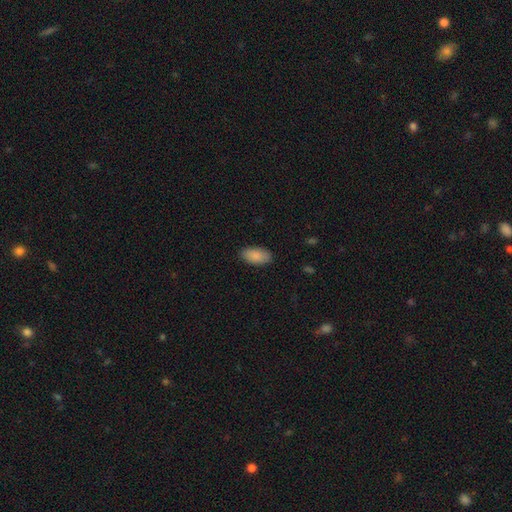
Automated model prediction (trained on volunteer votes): This is clearly a smooth galaxy (89%). How rounded: clearly in between (94%). Merging: clearly none (88%).